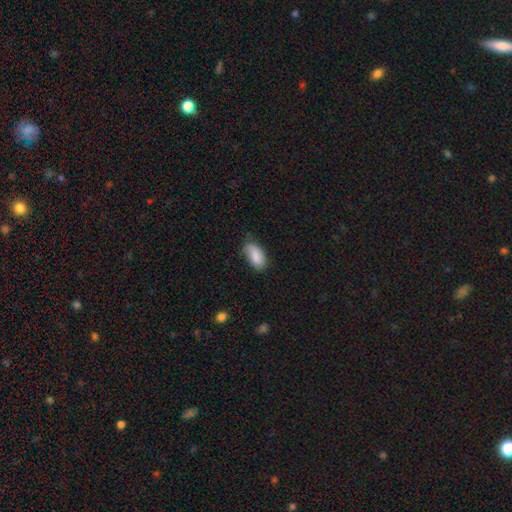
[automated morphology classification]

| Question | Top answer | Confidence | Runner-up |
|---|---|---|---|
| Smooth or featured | smooth | 82% | featured or disk (11%) |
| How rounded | in between | 93% | cigar-shaped (4%) |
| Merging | none | 63% | minor disturbance (29%) |